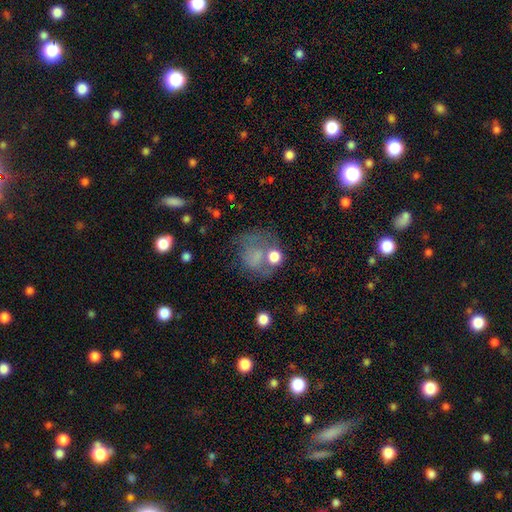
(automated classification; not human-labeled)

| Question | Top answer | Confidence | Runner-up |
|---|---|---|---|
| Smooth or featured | smooth | 54% | featured or disk (27%) |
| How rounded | round | 65% | in between (34%) |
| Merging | none | 41% | major disturbance (26%) |